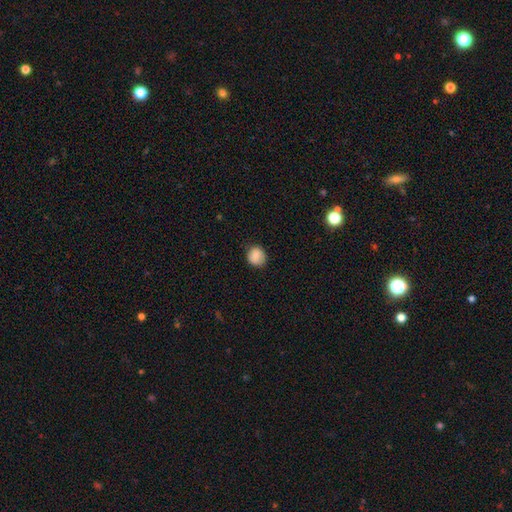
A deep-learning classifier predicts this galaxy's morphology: This is clearly a smooth galaxy (85%). How rounded: likely round (78%). Merging: likely none (80%).